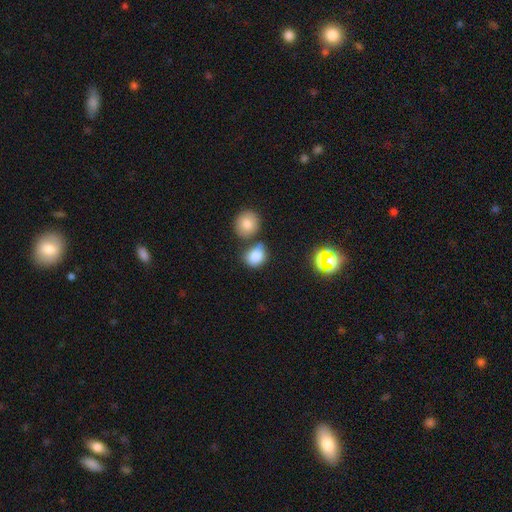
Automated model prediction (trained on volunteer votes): Smooth or featured? smooth (80%)
How rounded? round (50%)
Merging? none (56%)